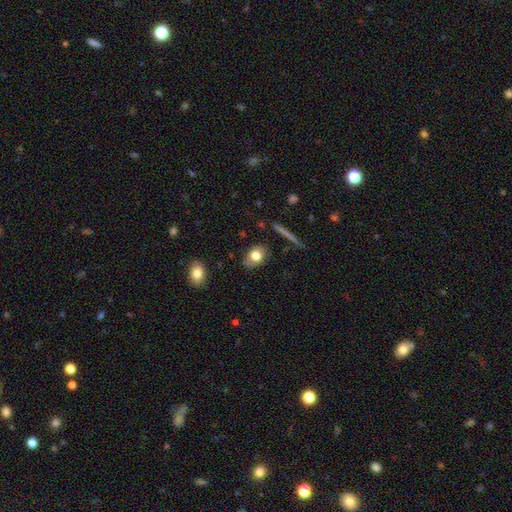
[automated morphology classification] The model was most divided on "how rounded": in between: 67%, round: 31%, cigar-shaped: 3%. More confident: merging — none (77%); smooth or featured — smooth (75%).